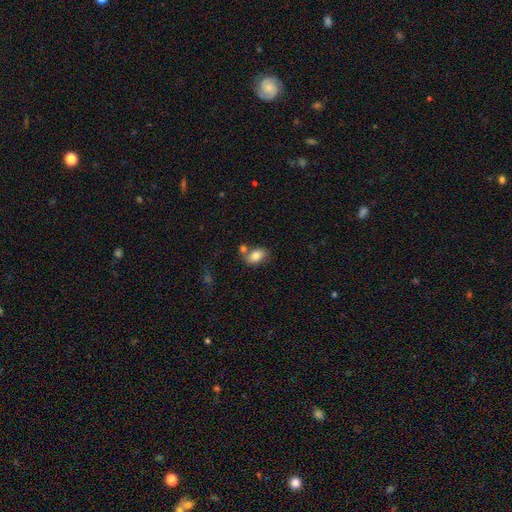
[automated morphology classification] This is clearly a smooth galaxy (81%). How rounded: clearly in between (85%). Merging: possibly none (60%).